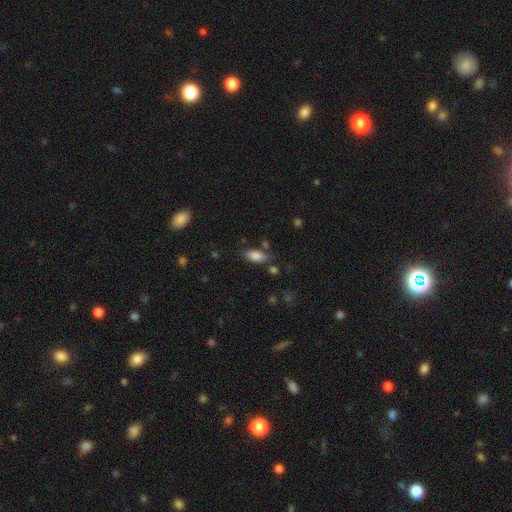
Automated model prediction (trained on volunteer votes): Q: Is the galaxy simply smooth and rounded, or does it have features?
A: smooth — 86%.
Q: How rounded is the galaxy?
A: in between — 90%.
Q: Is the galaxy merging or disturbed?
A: none — 73%.